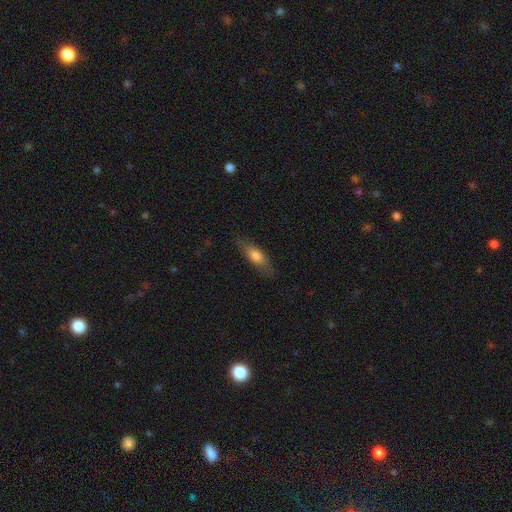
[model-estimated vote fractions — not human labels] Q: Smooth or featured?
A: smooth (70%); runner-up: featured or disk (23%)
Q: How rounded?
A: in between (61%); runner-up: cigar-shaped (37%)
Q: Merging?
A: none (79%); runner-up: minor disturbance (16%)